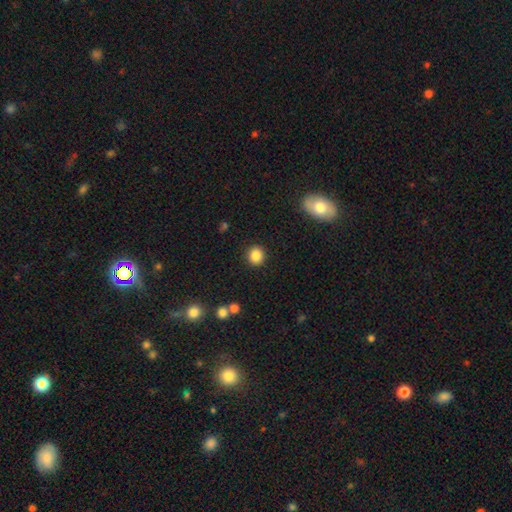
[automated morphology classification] type=smooth (86%); roundness=round (84%); merging=none (91%).